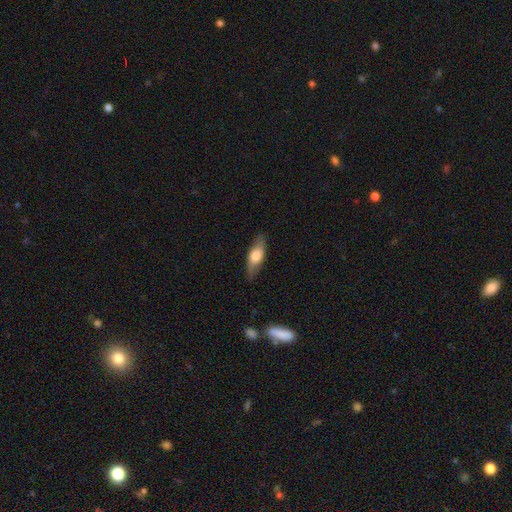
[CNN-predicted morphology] Smooth or featured?
  - smooth: 59% *
  - featured or disk: 35%
  - star or artifact: 6%
How rounded?
  - in between: 64% *
  - cigar-shaped: 33%
  - round: 3%
Merging?
  - none: 82% *
  - minor disturbance: 14%
  - major disturbance: 3%
  - merger: 1%